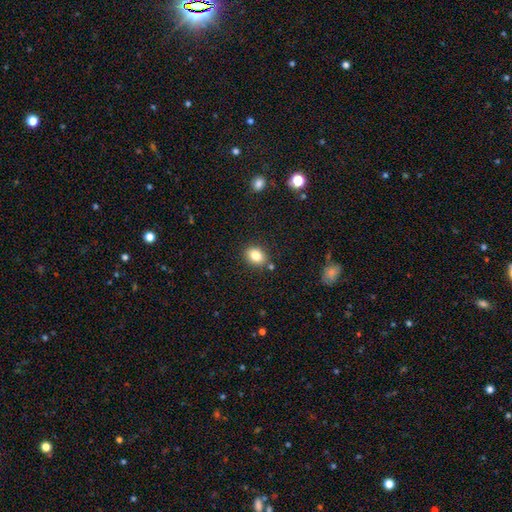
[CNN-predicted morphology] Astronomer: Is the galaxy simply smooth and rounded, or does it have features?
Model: smooth — 84%.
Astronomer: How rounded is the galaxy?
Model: in between — 64%.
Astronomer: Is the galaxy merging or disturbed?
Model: none — 83%.